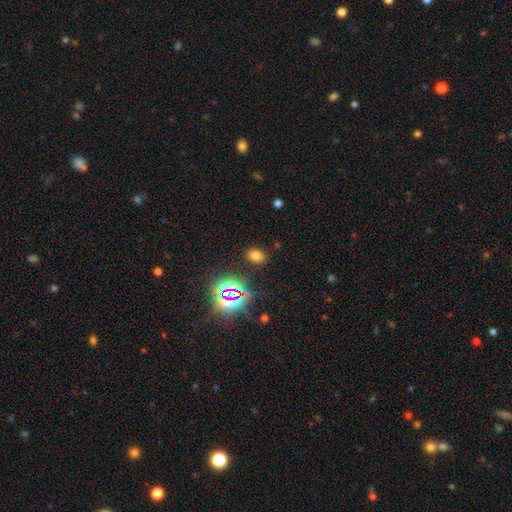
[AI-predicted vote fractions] Morphology: type=smooth (64%); roundness=in between (70%); merging=none (86%).